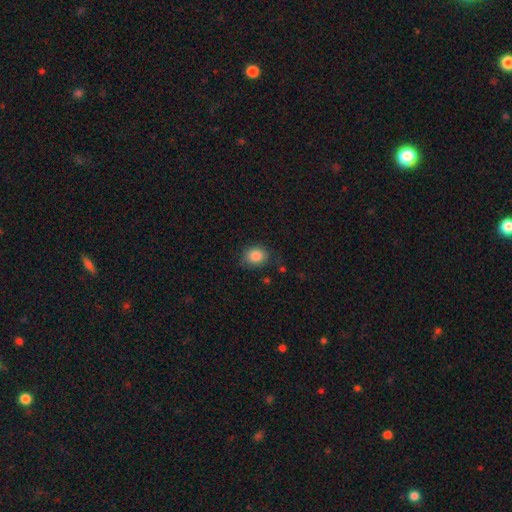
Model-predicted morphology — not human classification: Overall: smooth (85%). How rounded: round (57%; in between 42%). Merging: none (78%).